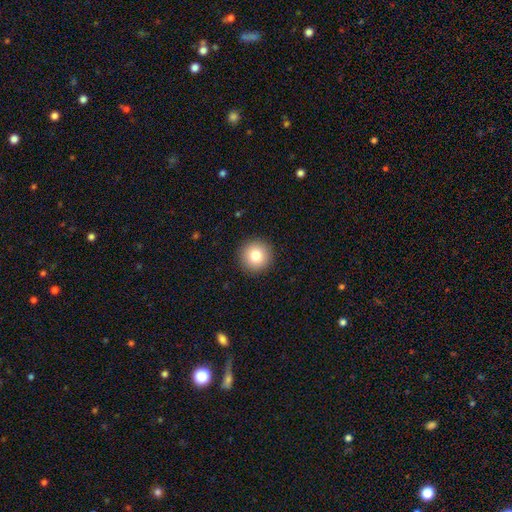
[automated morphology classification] smooth 80%, star or artifact 11%, featured or disk 9%. Down the decision tree: how rounded — round (96%); merging — none (93%).